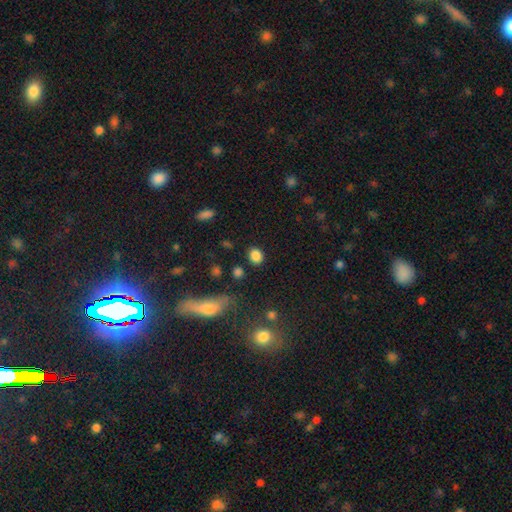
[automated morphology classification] type=smooth (84%); roundness=round (56%); merging=none (84%).